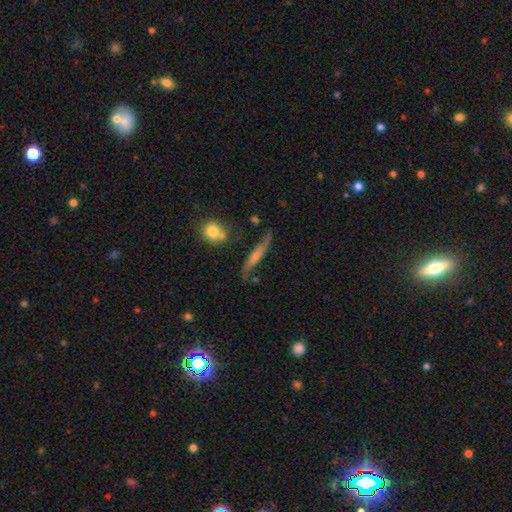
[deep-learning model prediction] Smooth or featured? featured or disk (61%)
Edge-on disk? yes (63%)
Merging? none (65%)